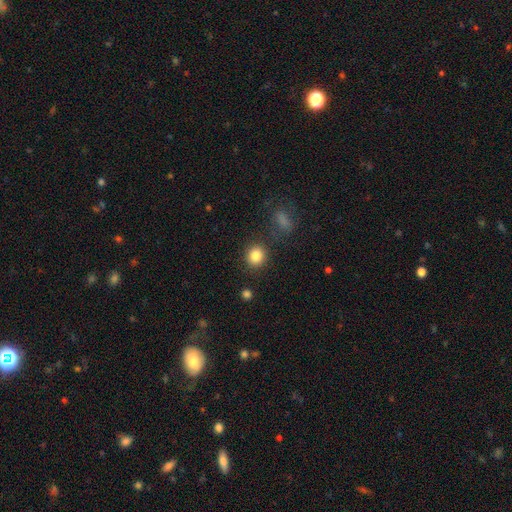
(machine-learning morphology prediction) Overall: smooth (85%). How rounded: round (84%). Merging: none (85%).